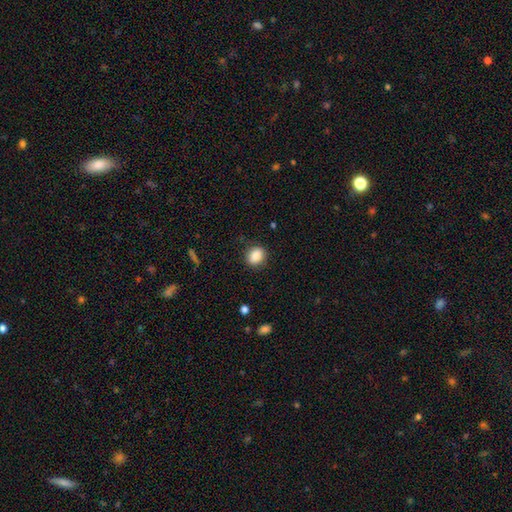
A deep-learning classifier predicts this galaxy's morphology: smooth-or-featured: smooth: 87% | star or artifact: 8% | featured or disk: 4%
  how-rounded: round: 62% | in between: 36% | cigar-shaped: 1%
  merging: none: 85% | minor disturbance: 11% | major disturbance: 3% | merger: 1%